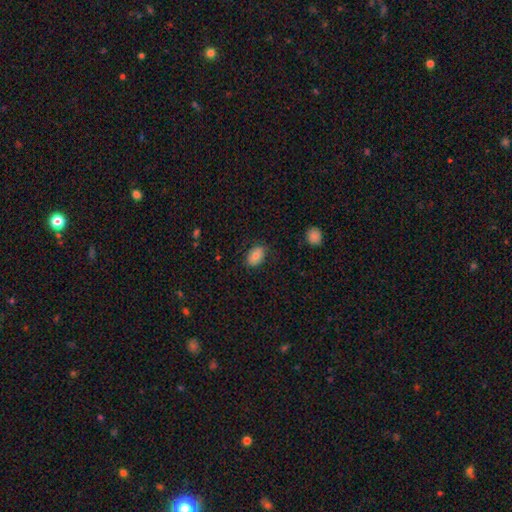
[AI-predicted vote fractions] This is clearly a smooth galaxy (81%). How rounded: clearly in between (84%). Merging: clearly none (82%).